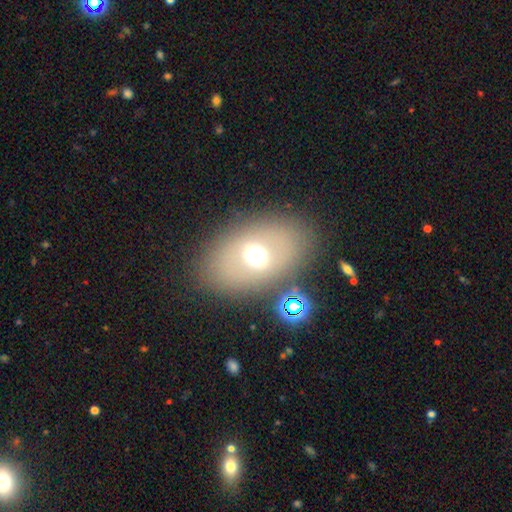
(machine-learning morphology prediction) This is possibly a smooth galaxy (57%). How rounded: clearly in between (80%). Merging: likely none (76%).